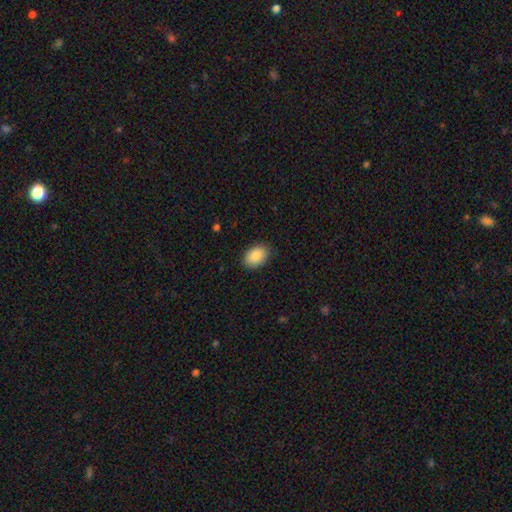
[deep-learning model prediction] This is clearly a smooth galaxy (88%). How rounded: clearly in between (87%). Merging: clearly none (86%).